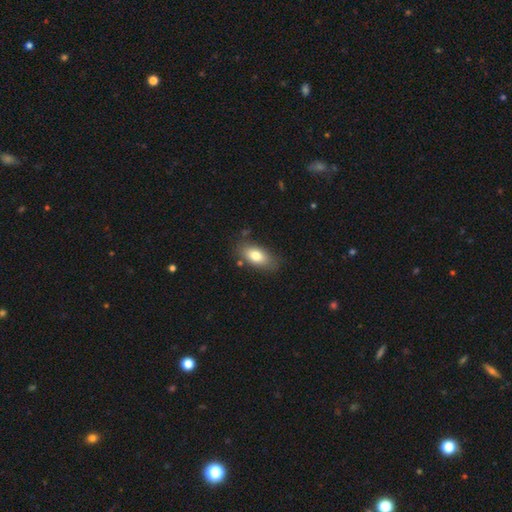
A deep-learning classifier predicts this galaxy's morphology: Smooth or featured?
  - smooth: 78% *
  - featured or disk: 15%
  - star or artifact: 7%
How rounded?
  - in between: 89% *
  - cigar-shaped: 7%
  - round: 5%
Merging?
  - none: 79% *
  - minor disturbance: 15%
  - major disturbance: 4%
  - merger: 3%